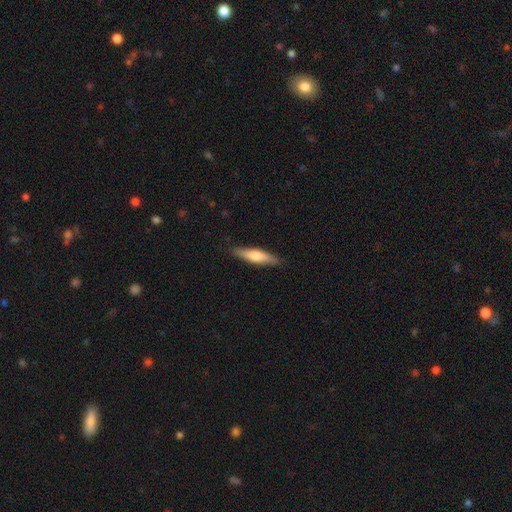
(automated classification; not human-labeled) Smooth or featured? Predicted: smooth (p=0.60). How rounded? Predicted: cigar-shaped (p=0.77). Merging? Predicted: none (p=0.88).